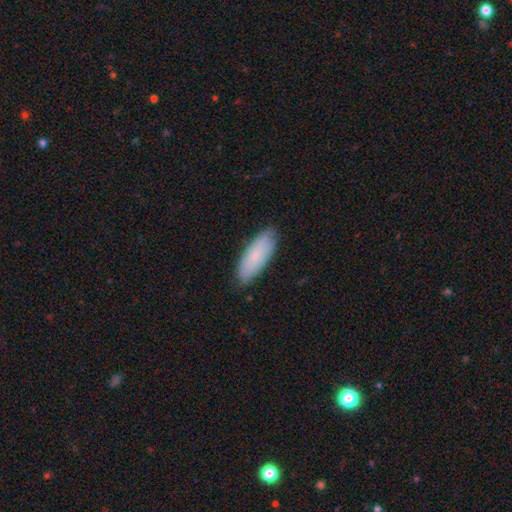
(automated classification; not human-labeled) A smooth galaxy with no disk features (75%) that is in between round and cigar-shaped (71%).

Vote fractions:
- Smooth or featured? smooth: 75% / featured or disk: 19% / star or artifact: 6%
- How rounded? in between: 71% / cigar-shaped: 27% / round: 2%
- Merging? none: 84% / minor disturbance: 13% / major disturbance: 2% / merger: 1%